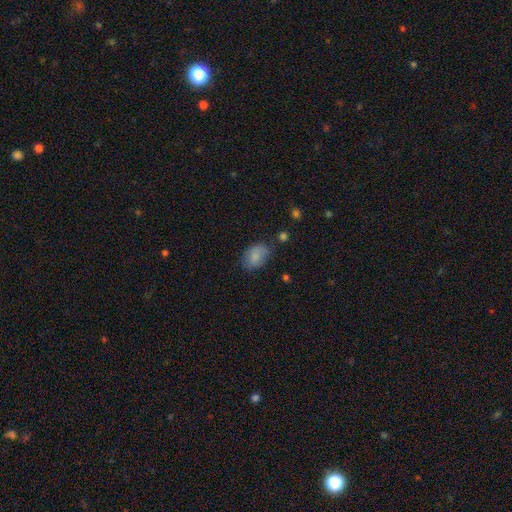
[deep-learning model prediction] smooth_or_featured: smooth (p=0.83) [alt: featured or disk p=0.10]
how_rounded: in between (p=0.86) [alt: round p=0.13]
merging: none (p=0.71) [alt: minor disturbance p=0.21]